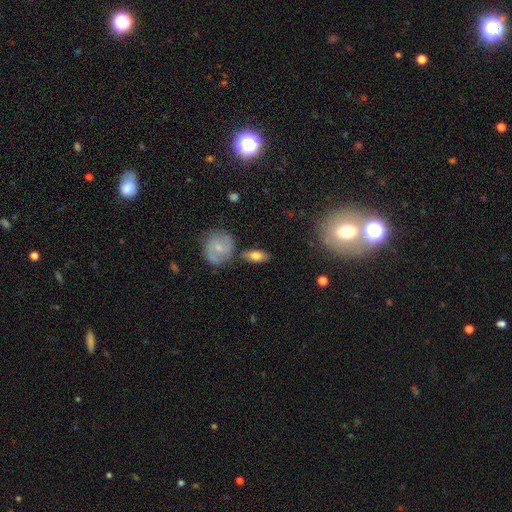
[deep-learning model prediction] This appears to be a smooth galaxy with no disk features (72%) that is in between round and cigar-shaped (81%). Merging: none (77%).